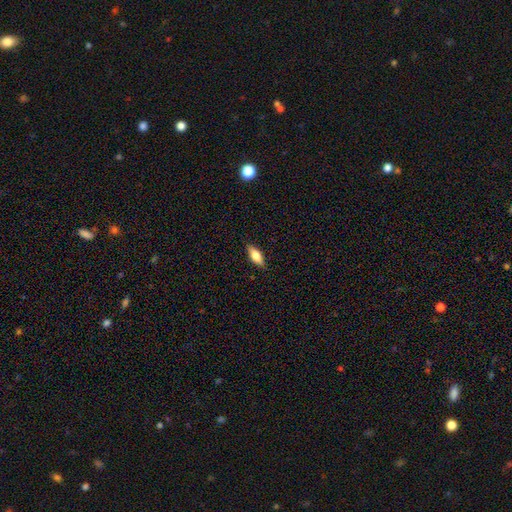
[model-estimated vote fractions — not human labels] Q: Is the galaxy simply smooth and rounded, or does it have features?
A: smooth — 68%.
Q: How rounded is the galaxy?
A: in between — 70%.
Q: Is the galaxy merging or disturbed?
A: none — 88%.